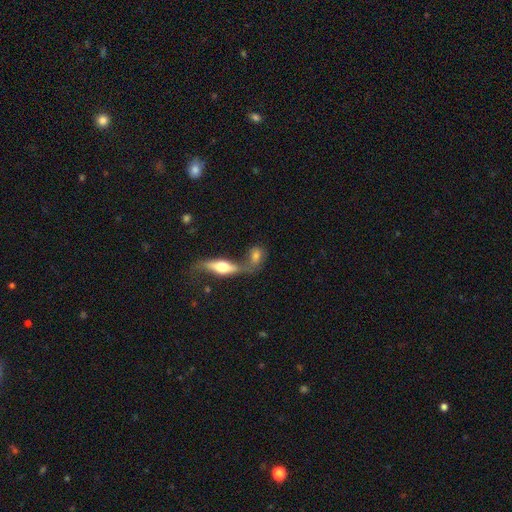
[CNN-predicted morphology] Smooth or featured? smooth (62%)
How rounded? in between (71%)
Merging? merger (48%)